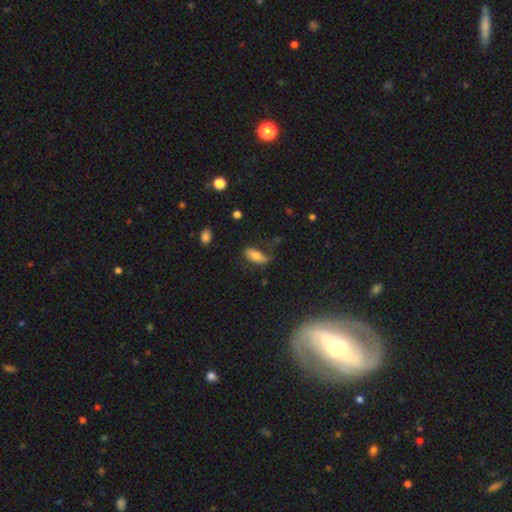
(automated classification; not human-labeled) A smooth galaxy with no disk features (68%) that is in between round and cigar-shaped (82%). Merging: none (45%).